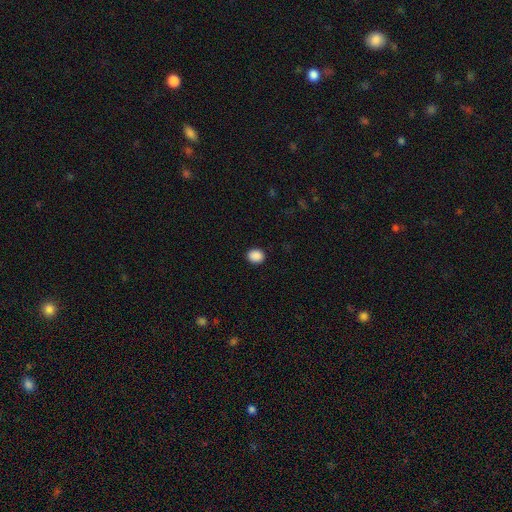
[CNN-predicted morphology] The model was most divided on "how rounded": round: 71%, in between: 28%, cigar-shaped: 1%. More confident: merging — none (91%); smooth or featured — smooth (89%).